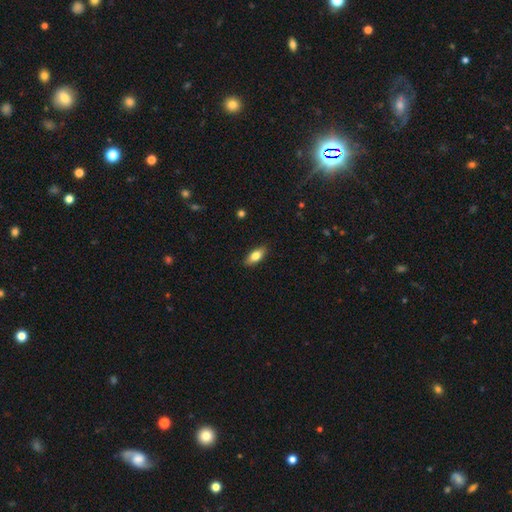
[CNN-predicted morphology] This is likely a smooth galaxy (76%). How rounded: clearly in between (82%). Merging: clearly none (87%).